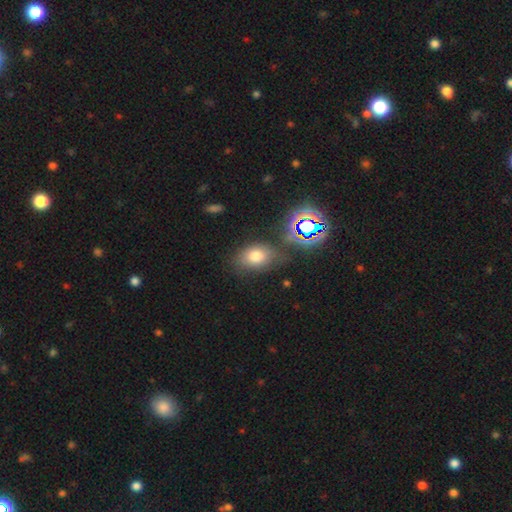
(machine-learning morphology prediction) smooth_or_featured: smooth (p=0.70) [alt: star or artifact p=0.18]
how_rounded: in between (p=0.76) [alt: round p=0.23]
merging: none (p=0.70) [alt: minor disturbance p=0.17]